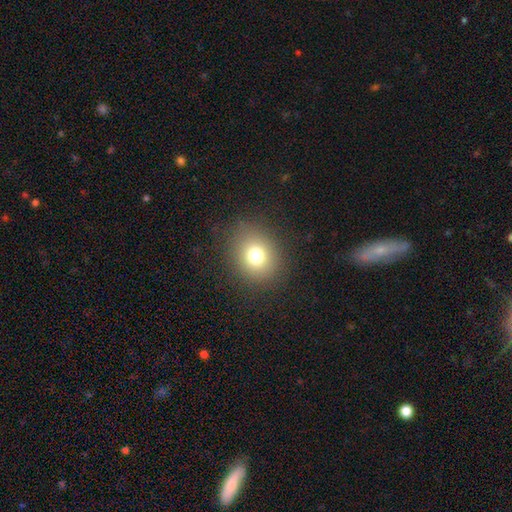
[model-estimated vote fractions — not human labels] A smooth galaxy with no disk features (76%) that is round (65%).

Vote fractions:
- Smooth or featured? smooth: 76% / star or artifact: 14% / featured or disk: 10%
- How rounded? round: 65% / in between: 35% / cigar-shaped: 1%
- Merging? none: 86% / minor disturbance: 9% / major disturbance: 4% / merger: 1%